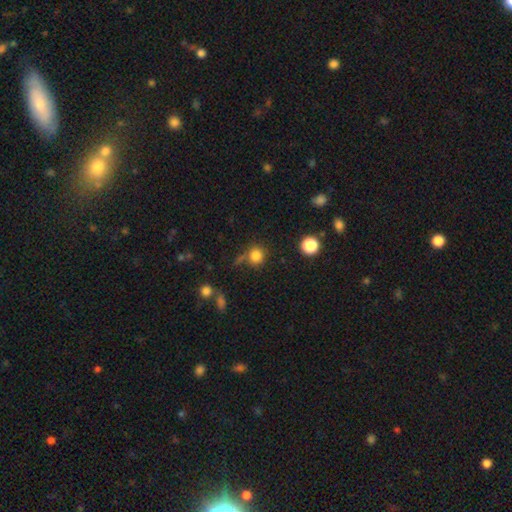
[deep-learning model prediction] Morphology: type=smooth (81%); roundness=round (90%); merging=none (70%).